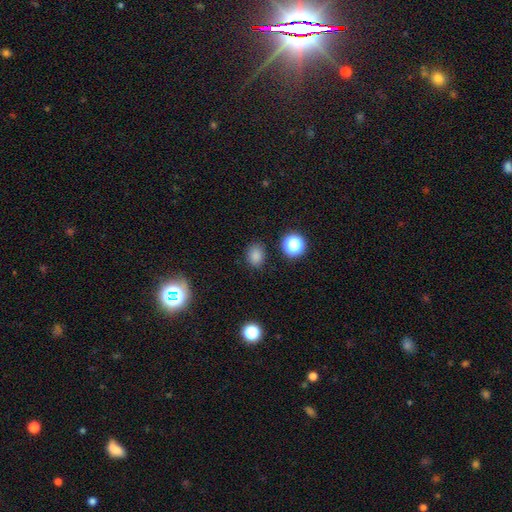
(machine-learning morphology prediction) Smooth or featured? Predicted: smooth (p=0.80). How rounded? Predicted: in between (p=0.51). Merging? Predicted: none (p=0.82).